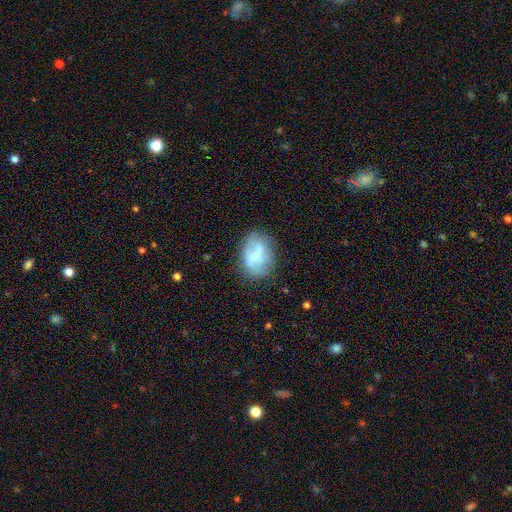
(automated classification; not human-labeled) The model was most divided on "smooth or featured": featured or disk: 47%, smooth: 45%, star or artifact: 9%. More confident: merging — none (63%).